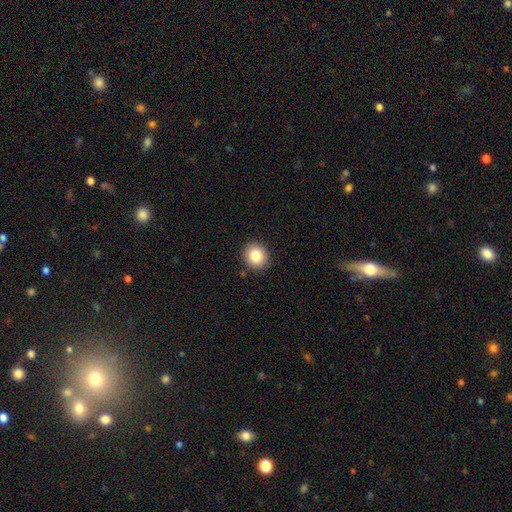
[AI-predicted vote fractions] smooth_or_featured: smooth (p=0.83) [alt: star or artifact p=0.10]
how_rounded: round (p=0.81) [alt: in between p=0.18]
merging: none (p=0.90) [alt: minor disturbance p=0.07]